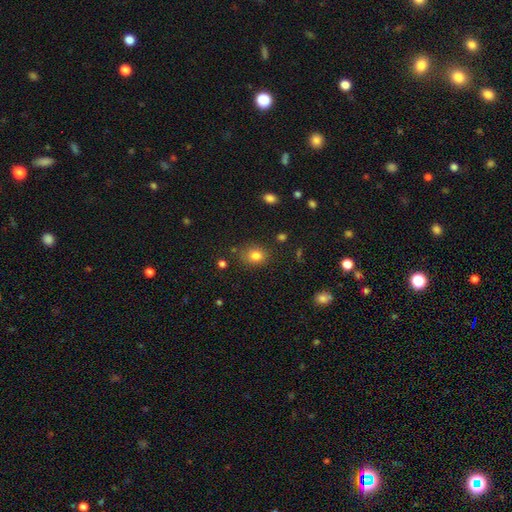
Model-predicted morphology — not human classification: type=smooth (81%); roundness=round (54%); merging=none (78%).